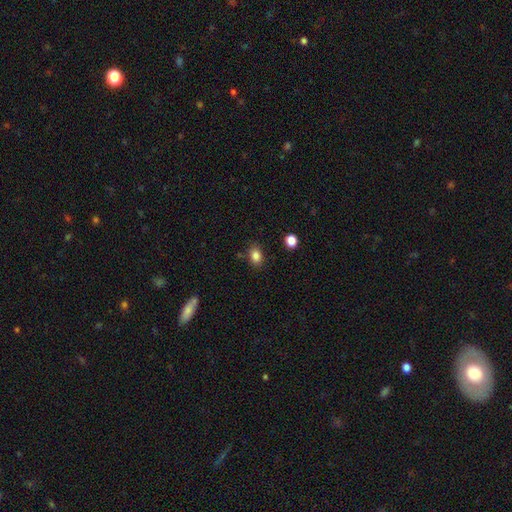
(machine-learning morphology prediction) Q: Smooth or featured?
A: smooth (84%); runner-up: star or artifact (10%)
Q: How rounded?
A: in between (69%); runner-up: round (30%)
Q: Merging?
A: none (82%); runner-up: minor disturbance (12%)